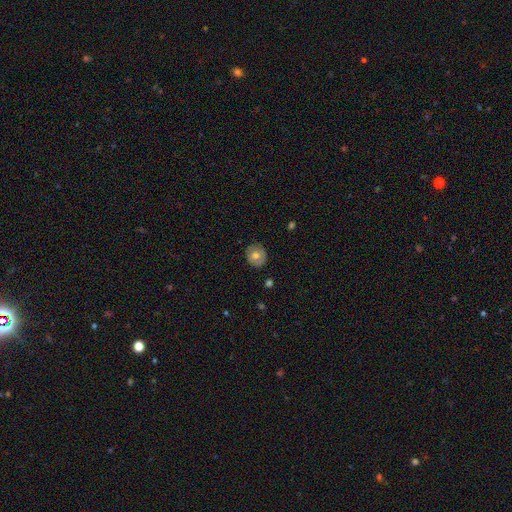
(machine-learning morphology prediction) smooth_or_featured: smooth (p=0.64) [alt: featured or disk p=0.27]
how_rounded: round (p=0.81) [alt: in between p=0.18]
merging: none (p=0.81) [alt: minor disturbance p=0.15]